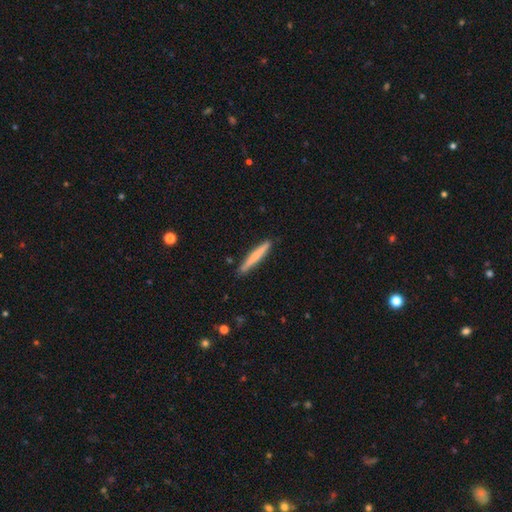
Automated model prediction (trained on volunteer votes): smooth_or_featured: smooth (p=0.66) [alt: featured or disk p=0.29]
how_rounded: cigar-shaped (p=0.95) [alt: in between p=0.03]
merging: none (p=0.89) [alt: minor disturbance p=0.08]